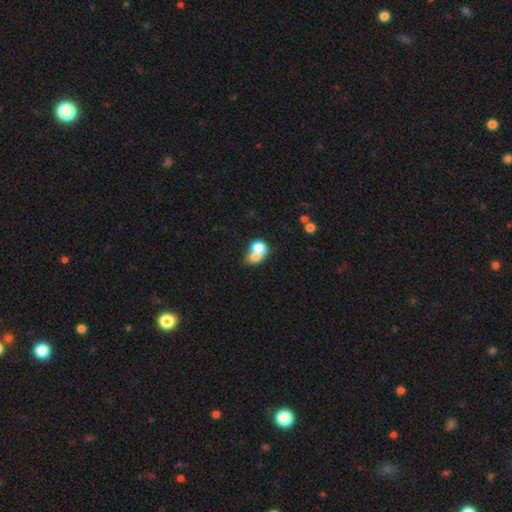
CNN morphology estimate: smooth-or-featured: smooth: 71% | featured or disk: 20% | star or artifact: 10%
  how-rounded: round: 50% | in between: 49% | cigar-shaped: 1%
  merging: merger: 68% | none: 19% | minor disturbance: 7% | major disturbance: 6%